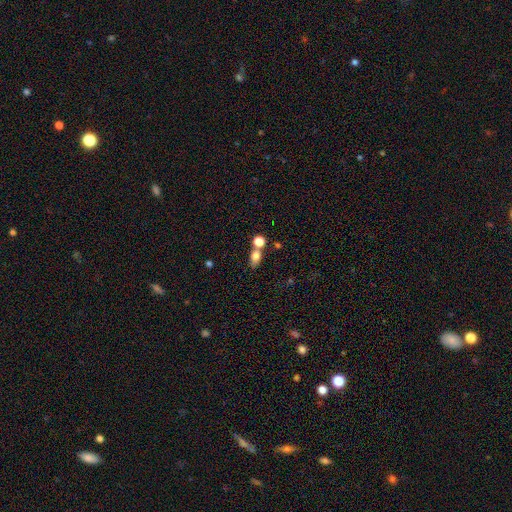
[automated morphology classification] The model was most divided on "merging": none: 50%, merger: 33%, minor disturbance: 12%, major disturbance: 6%. More confident: smooth or featured — smooth (78%); how rounded — in between (72%).